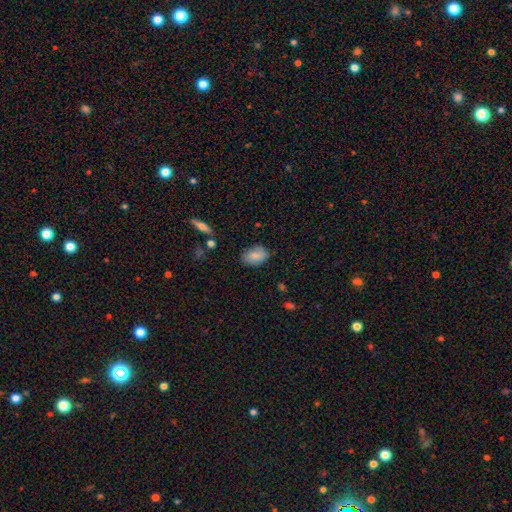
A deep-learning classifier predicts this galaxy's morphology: type=smooth (82%); roundness=in between (85%); merging=none (76%).